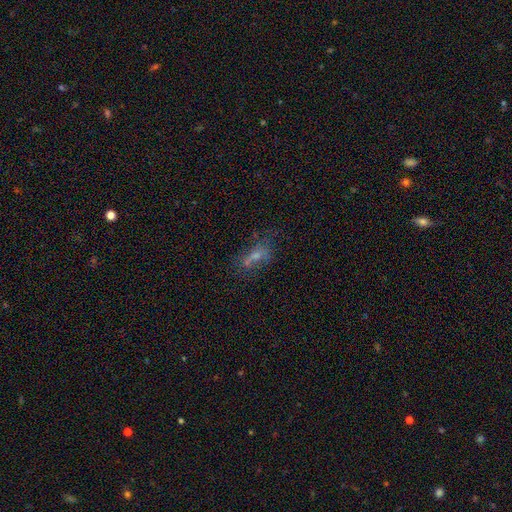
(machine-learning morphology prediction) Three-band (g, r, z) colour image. It shows a smooth galaxy with no disk features (40%). Merging: none (43%).